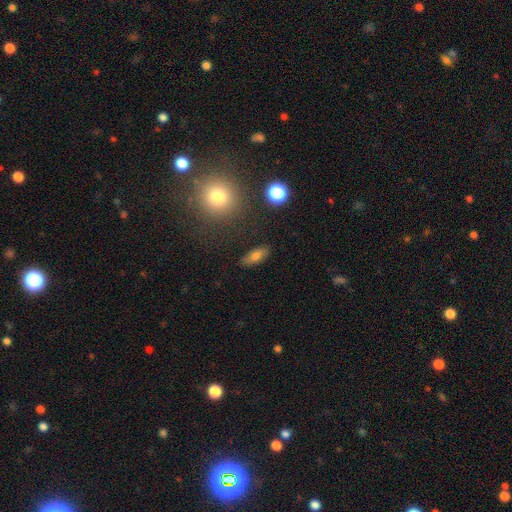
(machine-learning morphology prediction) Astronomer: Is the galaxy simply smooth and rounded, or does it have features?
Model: smooth — 73%.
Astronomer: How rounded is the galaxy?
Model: in between — 74%.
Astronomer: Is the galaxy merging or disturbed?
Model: none — 85%.